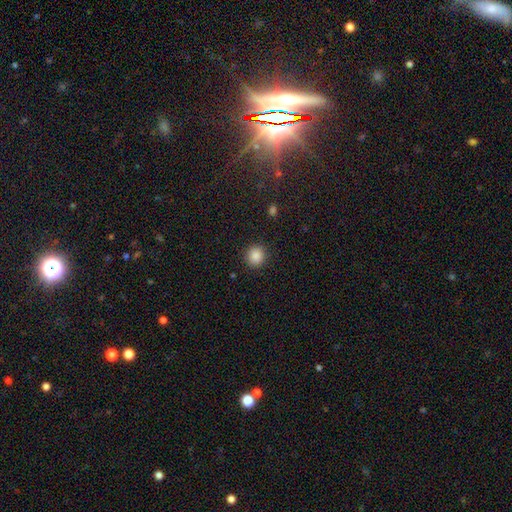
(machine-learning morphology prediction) Smooth or featured?
  - smooth: 87% *
  - star or artifact: 10%
  - featured or disk: 3%
How rounded?
  - round: 88% *
  - in between: 11%
  - cigar-shaped: 1%
Merging?
  - none: 90% *
  - minor disturbance: 6%
  - major disturbance: 2%
  - merger: 1%